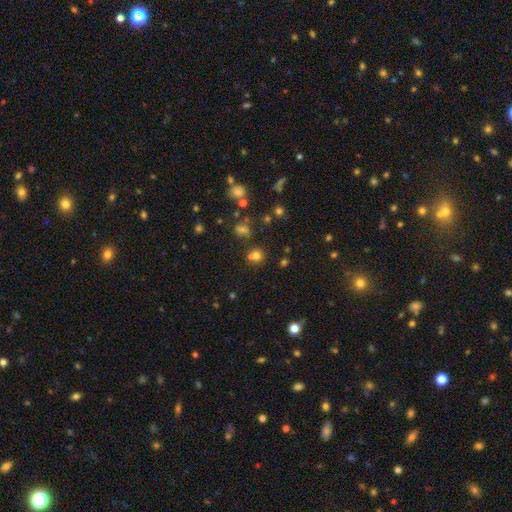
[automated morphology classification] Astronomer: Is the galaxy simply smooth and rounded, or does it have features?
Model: smooth — 67%.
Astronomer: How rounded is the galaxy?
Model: round — 87%.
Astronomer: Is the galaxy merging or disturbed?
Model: none — 65%.